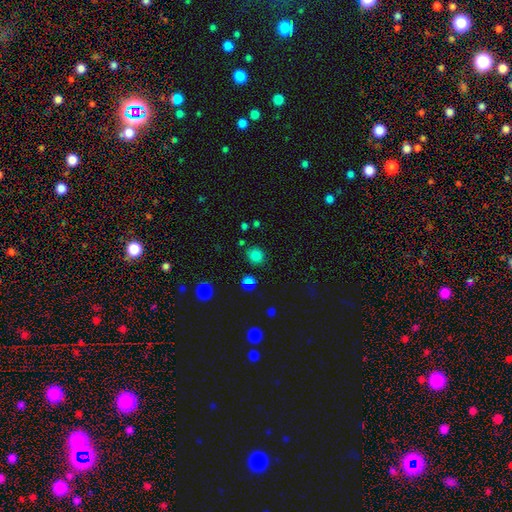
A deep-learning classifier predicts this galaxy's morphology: A smooth galaxy with no disk features (80%) that is round (84%).

Vote fractions:
- Smooth or featured? smooth: 80% / star or artifact: 15% / featured or disk: 5%
- How rounded? round: 84% / in between: 15% / cigar-shaped: 1%
- Merging? none: 84% / minor disturbance: 9% / merger: 4% / major disturbance: 3%